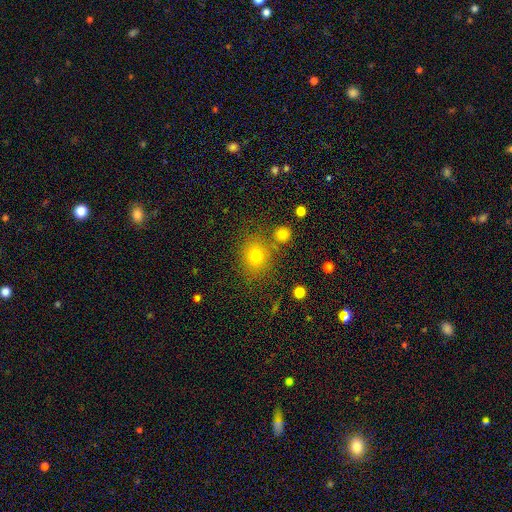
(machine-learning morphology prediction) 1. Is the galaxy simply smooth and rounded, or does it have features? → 74% smooth, 16% star or artifact, 9% featured or disk.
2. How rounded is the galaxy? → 70% round, 29% in between, 1% cigar-shaped.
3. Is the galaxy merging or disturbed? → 74% none, 11% minor disturbance, 10% merger, 5% major disturbance.